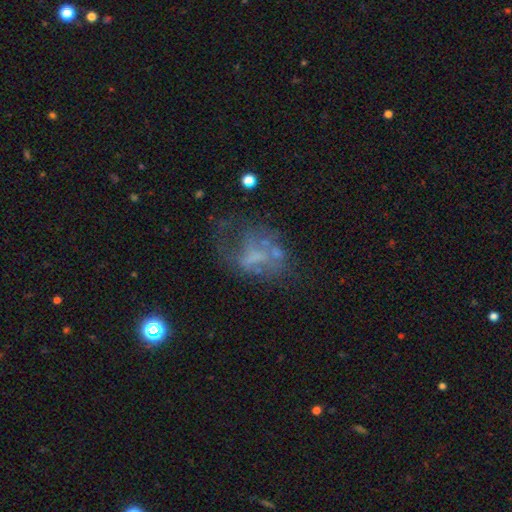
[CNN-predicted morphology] type=featured or disk (54%); edge-on=no (97%); bar=no (77%); spiral arms=no (80%); bulge=none (68%); merging=major disturbance (36%).